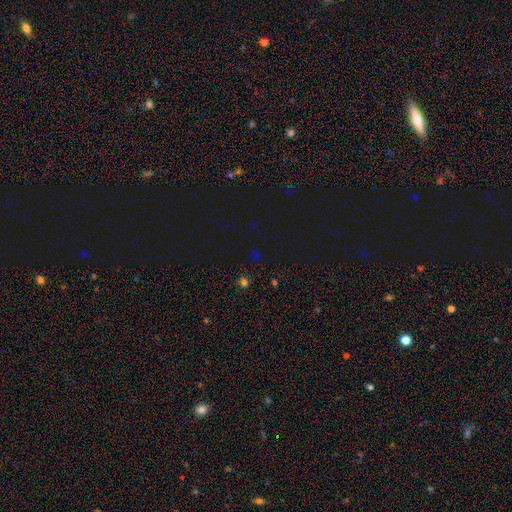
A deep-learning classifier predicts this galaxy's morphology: Q: Smooth or featured?
A: star or artifact (63%); runner-up: smooth (31%)